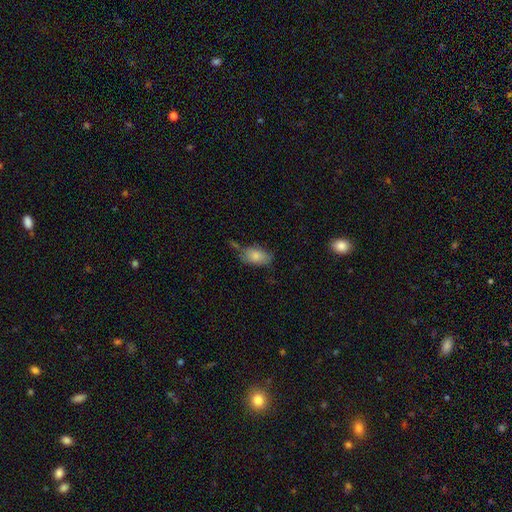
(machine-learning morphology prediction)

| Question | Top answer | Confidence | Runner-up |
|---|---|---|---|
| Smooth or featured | smooth | 82% | featured or disk (11%) |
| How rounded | in between | 91% | round (7%) |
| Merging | none | 57% | minor disturbance (27%) |